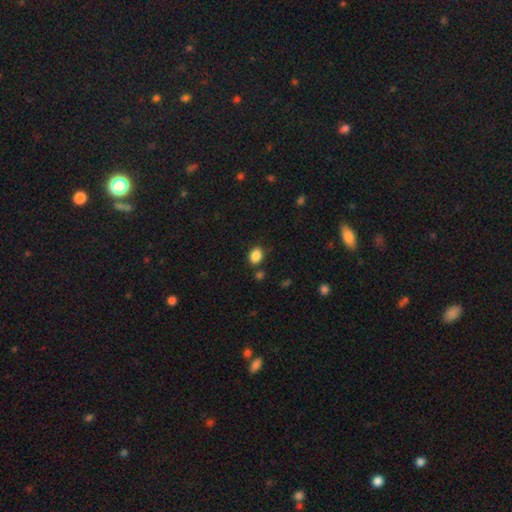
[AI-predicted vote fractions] Smooth or featured: smooth — 87% (star or artifact — 9%)
How rounded: in between — 67% (round — 32%)
Merging: none — 80% (minor disturbance — 12%)